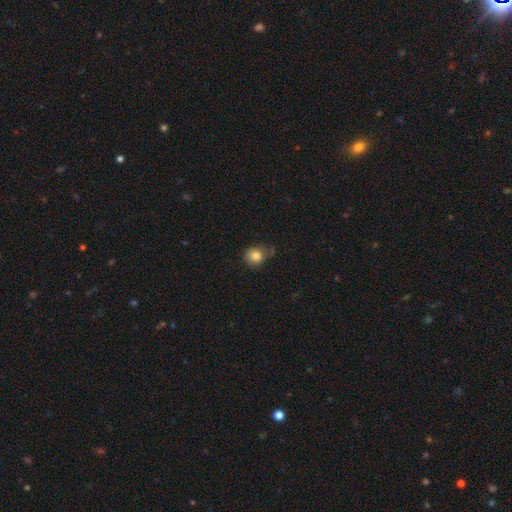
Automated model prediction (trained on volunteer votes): A smooth galaxy with no disk features (83%) that is round (75%). Merging: none (66%).